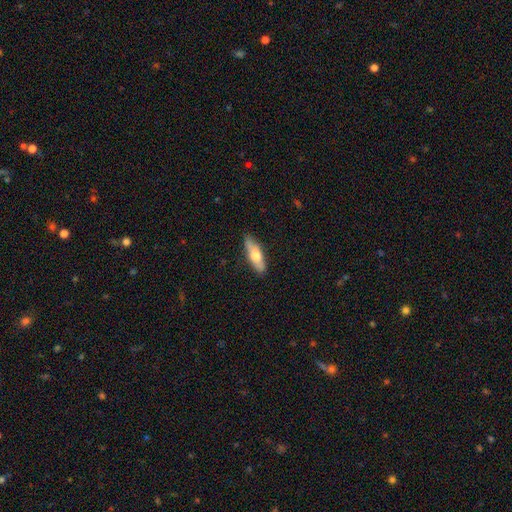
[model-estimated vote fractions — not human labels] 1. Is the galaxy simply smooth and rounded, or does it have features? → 59% smooth, 35% featured or disk, 6% star or artifact.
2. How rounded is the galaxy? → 50% cigar-shaped, 48% in between, 2% round.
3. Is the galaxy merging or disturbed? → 83% none, 13% minor disturbance, 2% major disturbance, 1% merger.